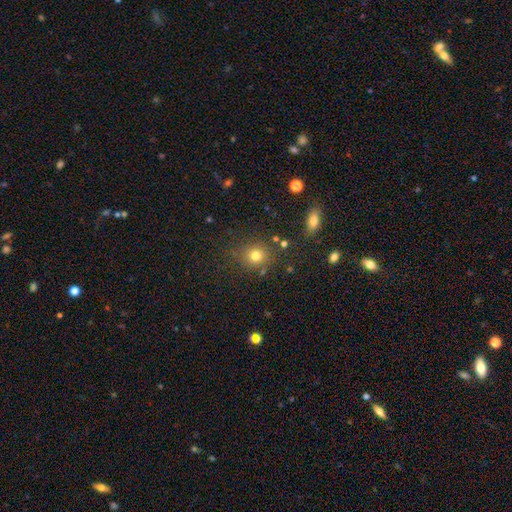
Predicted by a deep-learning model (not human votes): Morphology: type=smooth (75%); roundness=round (85%); merging=none (80%).